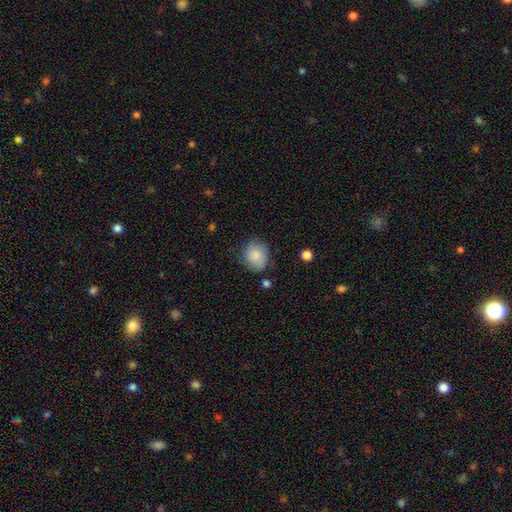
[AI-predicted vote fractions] A smooth galaxy with no disk features (81%) that is round (67%). Merging: none (67%).